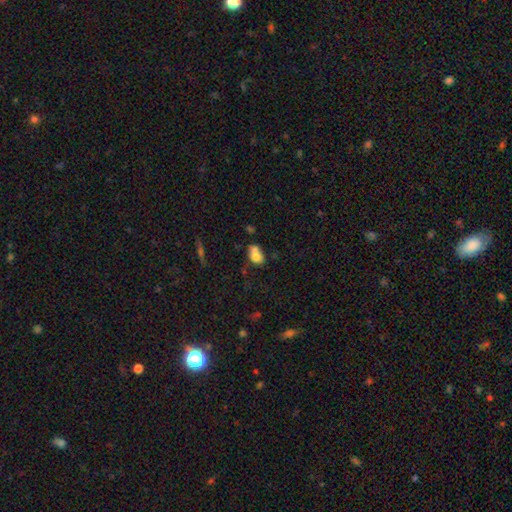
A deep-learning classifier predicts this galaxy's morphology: smooth 70%, featured or disk 19%, star or artifact 11%. Down the decision tree: how rounded — in between (69%); merging — merger (47%).